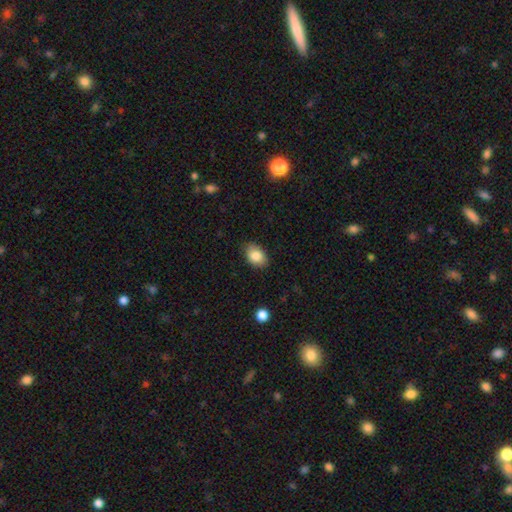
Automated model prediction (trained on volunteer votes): A smooth galaxy with no disk features (86%) that is in between round and cigar-shaped (83%).

Vote fractions:
- Smooth or featured? smooth: 86% / star or artifact: 8% / featured or disk: 7%
- How rounded? in between: 83% / round: 16% / cigar-shaped: 1%
- Merging? none: 83% / minor disturbance: 13% / major disturbance: 3% / merger: 1%